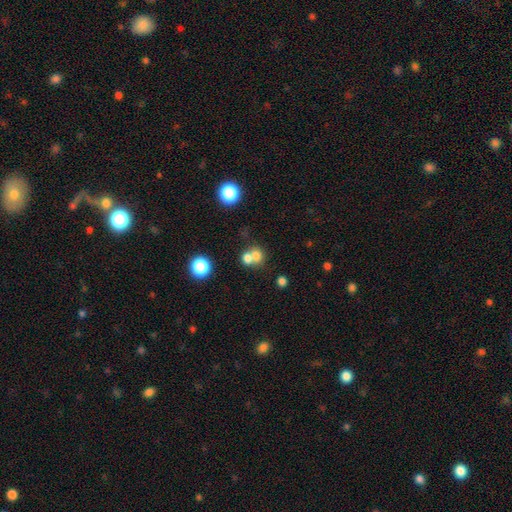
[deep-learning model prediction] Smooth or featured: smooth — 71% (featured or disk — 15%)
How rounded: round — 74% (in between — 25%)
Merging: merger — 58% (none — 33%)